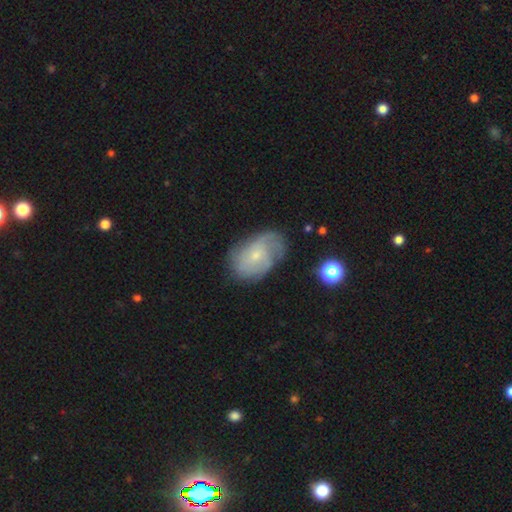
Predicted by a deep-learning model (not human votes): Morphology: type=featured or disk (62%); edge-on=no (96%); bar=no (65%); spiral arms=yes (85%); winding=tight (43%); arm count=can't tell (41%); bulge=small (70%); merging=none (58%).